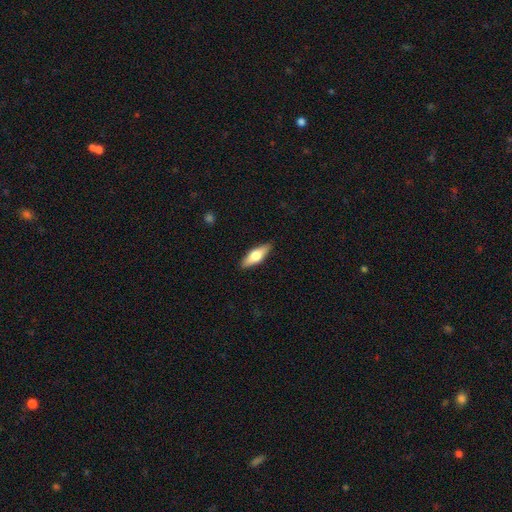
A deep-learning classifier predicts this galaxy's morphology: Smooth or featured? Predicted: smooth (p=0.58). How rounded? Predicted: in between (p=0.59). Merging? Predicted: none (p=0.88).